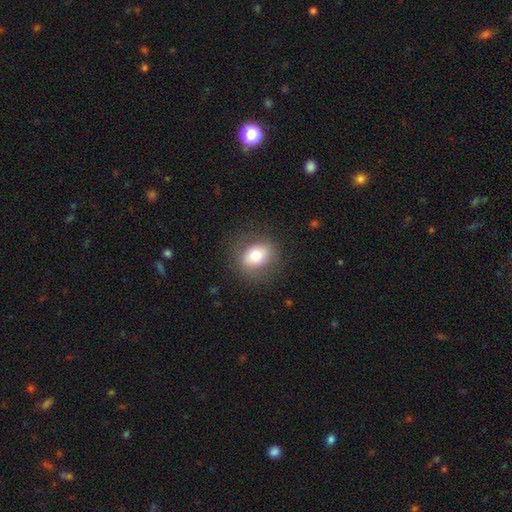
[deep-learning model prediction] Smooth or featured: smooth — 73% (featured or disk — 17%)
How rounded: round — 52% (in between — 47%)
Merging: none — 82% (minor disturbance — 12%)